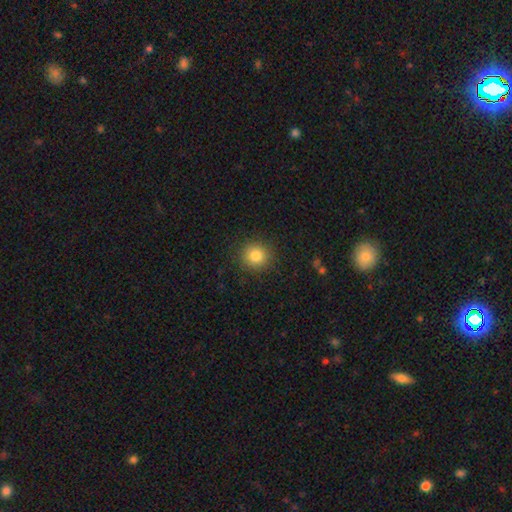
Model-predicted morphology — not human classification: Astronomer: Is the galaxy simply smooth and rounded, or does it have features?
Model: smooth — 83%.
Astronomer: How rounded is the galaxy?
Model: round — 91%.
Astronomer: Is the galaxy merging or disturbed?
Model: none — 90%.